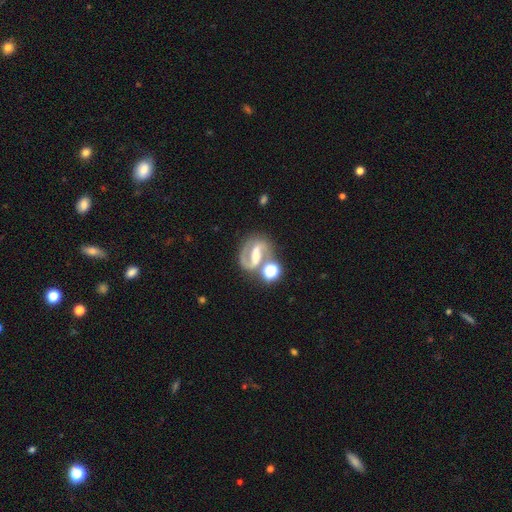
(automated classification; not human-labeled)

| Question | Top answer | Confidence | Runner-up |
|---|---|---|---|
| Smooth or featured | featured or disk | 85% | smooth (8%) |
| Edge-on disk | no | 97% | yes (3%) |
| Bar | strong | 58% | weak (30%) |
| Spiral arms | yes | 94% | no (6%) |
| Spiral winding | medium | 57% | tight (25%) |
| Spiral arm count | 2 | 88% | 1 (6%) |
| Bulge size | moderate | 44% | small (37%) |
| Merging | none | 63% | merger (15%) |